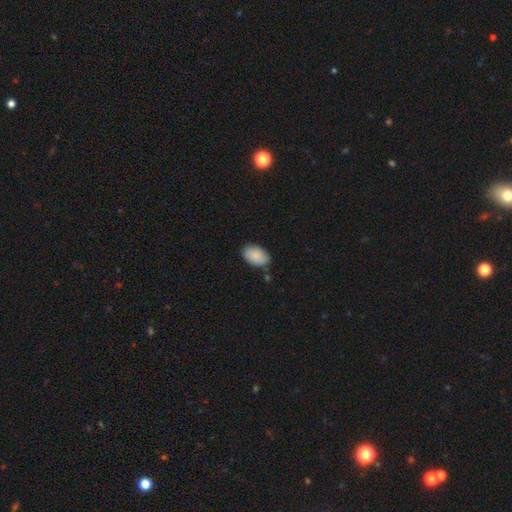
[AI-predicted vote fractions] Smooth or featured? Predicted: smooth (p=0.89). How rounded? Predicted: in between (p=0.91). Merging? Predicted: none (p=0.79).